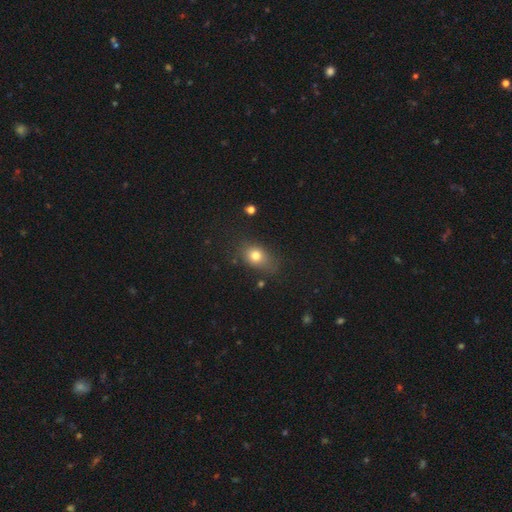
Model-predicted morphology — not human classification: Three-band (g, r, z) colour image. It shows a smooth galaxy with no disk features (76%) that is in between round and cigar-shaped (63%). Merging: none (68%).